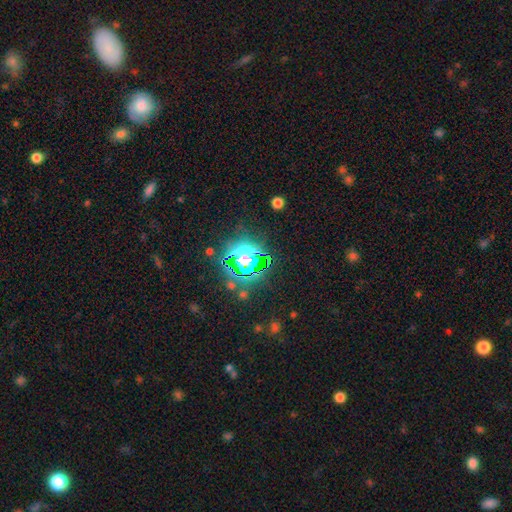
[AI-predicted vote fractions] A star or artifact, not a galaxy (80%).